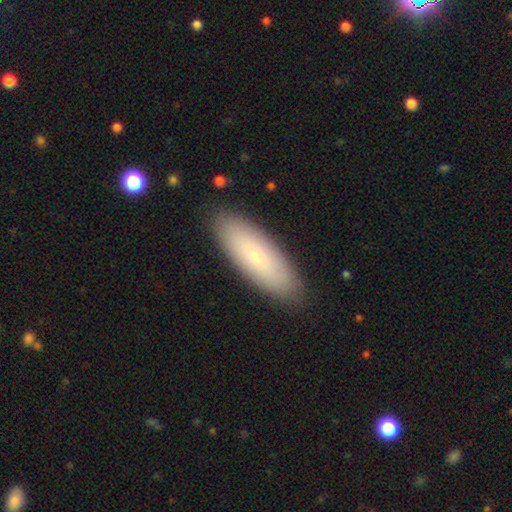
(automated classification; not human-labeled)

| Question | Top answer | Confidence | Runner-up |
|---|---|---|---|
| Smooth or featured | smooth | 71% | featured or disk (23%) |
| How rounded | in between | 63% | cigar-shaped (35%) |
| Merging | none | 88% | minor disturbance (9%) |